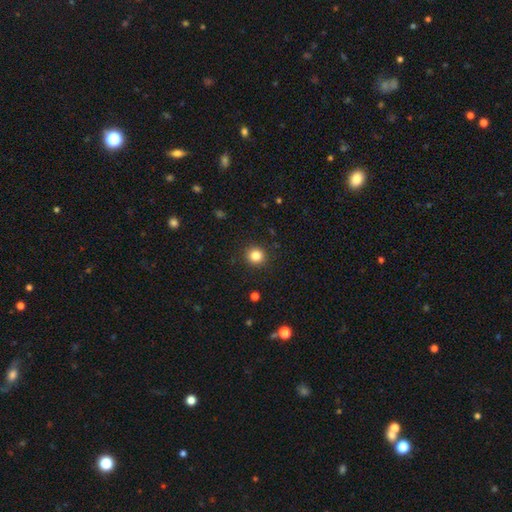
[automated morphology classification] A smooth galaxy with no disk features (84%) that is round (92%). Merging: none (91%).